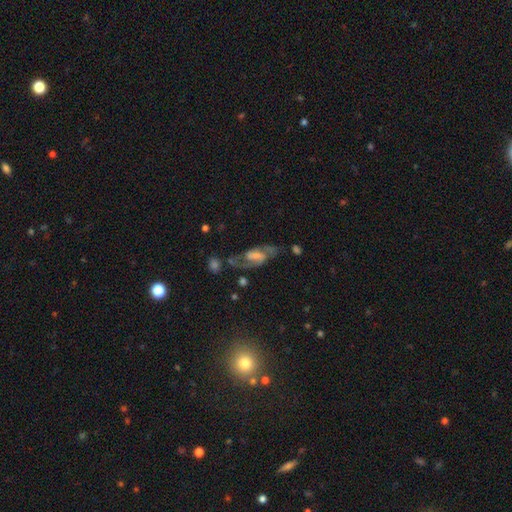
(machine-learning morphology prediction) A featured or disk galaxy (78%) with a weak bar (48%), 2 (88%) medium (52%) spiral arms (91%) and a small central bulge (42%). Merging: none (68%).